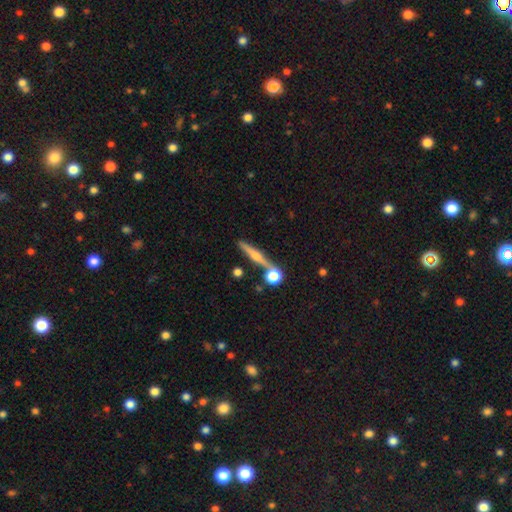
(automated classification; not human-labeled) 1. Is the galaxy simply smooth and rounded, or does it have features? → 67% featured or disk, 25% smooth, 9% star or artifact.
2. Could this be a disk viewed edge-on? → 96% yes, 4% no.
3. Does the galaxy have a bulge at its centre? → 87% rounded, 7% none, 6% boxy.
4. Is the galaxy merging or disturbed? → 78% none, 11% merger, 9% minor disturbance, 3% major disturbance.